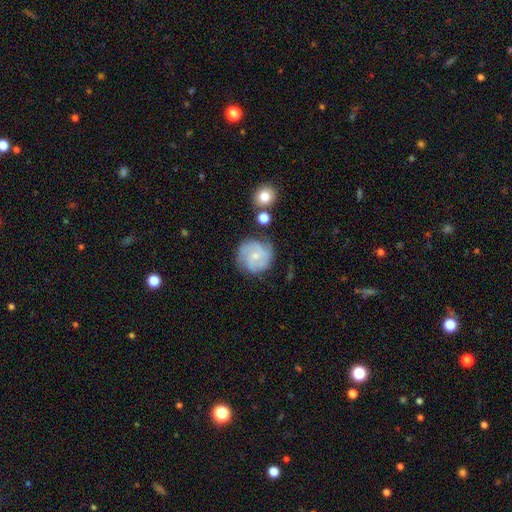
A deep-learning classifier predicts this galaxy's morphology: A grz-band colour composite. It shows a featured or disk galaxy (68%) with no bar (66%), 3 (35%) tight (47%) spiral arms (92%) and a small central bulge (65%). Merging: none (73%).